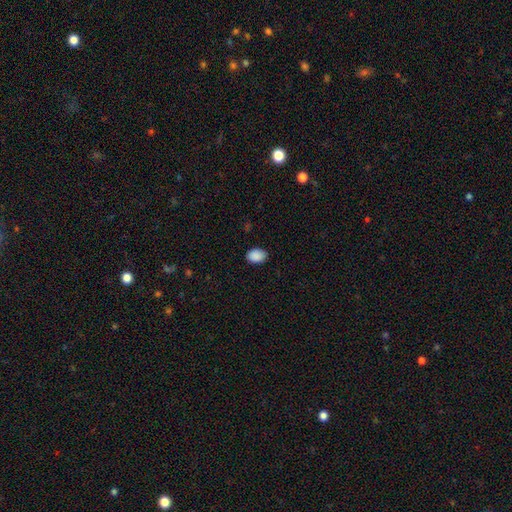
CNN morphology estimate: Smooth or featured? smooth (90%)
How rounded? in between (76%)
Merging? none (86%)